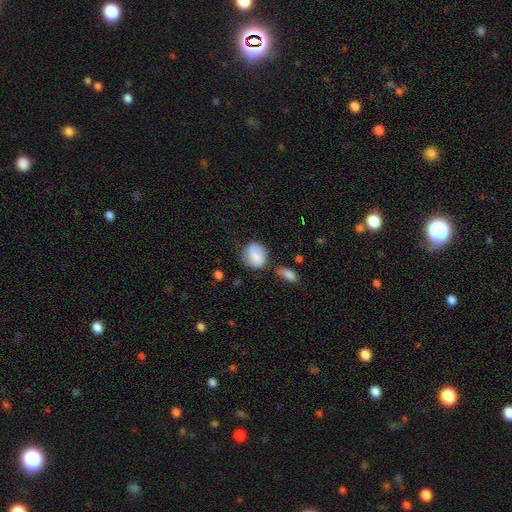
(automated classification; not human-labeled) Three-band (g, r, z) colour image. It shows a smooth galaxy with no disk features (81%) that is round (60%). Merging: none (57%).